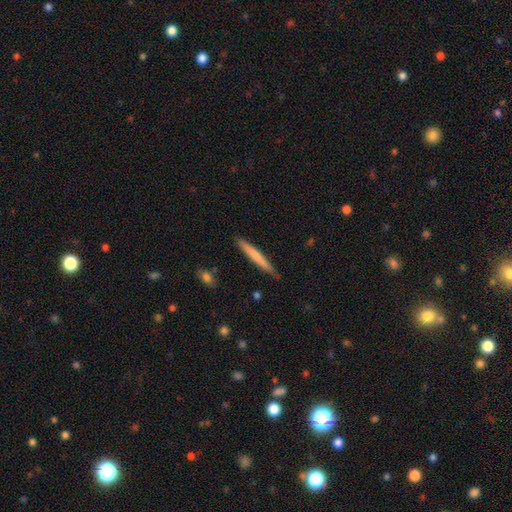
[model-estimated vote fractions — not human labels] This appears to be a smooth galaxy with no disk features (64%) that is cigar-shaped (96%). Merging: none (85%).